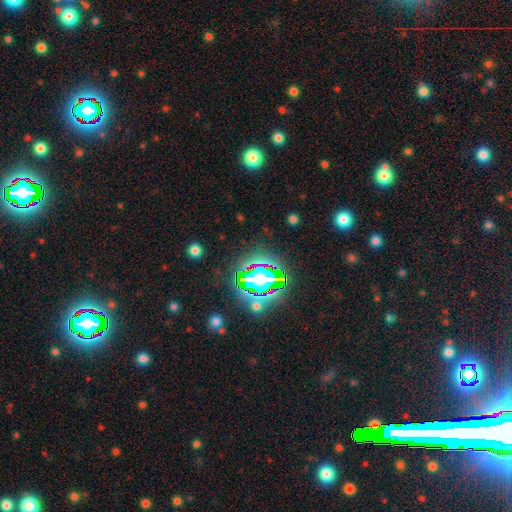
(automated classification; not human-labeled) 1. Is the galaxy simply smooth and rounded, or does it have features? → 83% star or artifact, 11% smooth, 7% featured or disk.